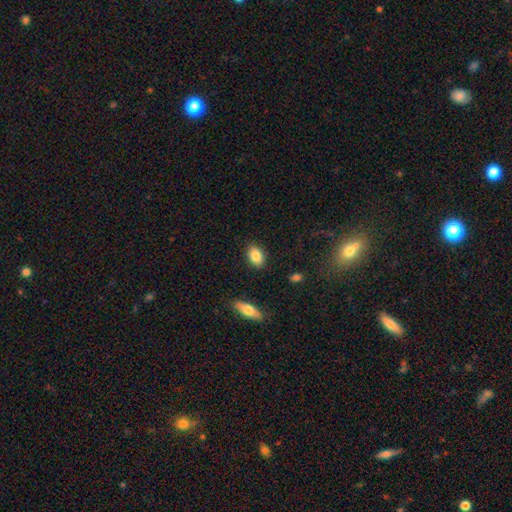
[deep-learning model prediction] The model was most divided on "how rounded": in between: 84%, round: 13%, cigar-shaped: 2%. More confident: merging — none (87%); smooth or featured — smooth (86%).